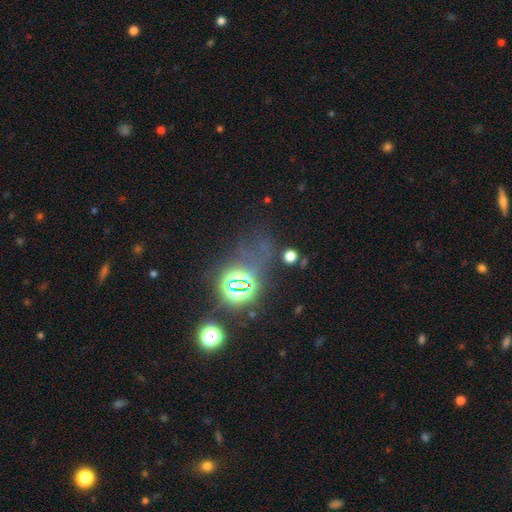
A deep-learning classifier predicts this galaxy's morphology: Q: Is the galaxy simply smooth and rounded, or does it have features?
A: star or artifact — 65%.